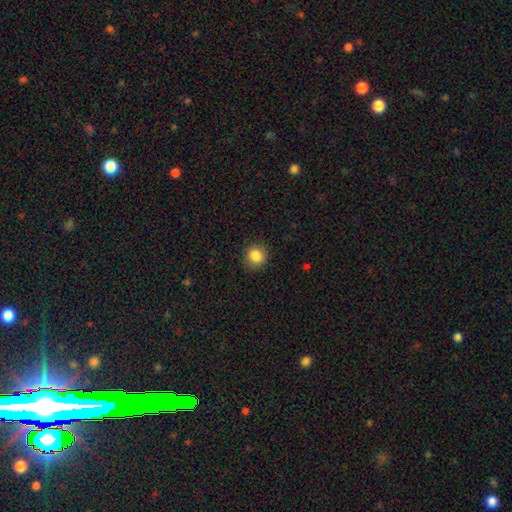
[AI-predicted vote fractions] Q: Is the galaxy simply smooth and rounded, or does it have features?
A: smooth — 86%.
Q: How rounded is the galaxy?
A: round — 89%.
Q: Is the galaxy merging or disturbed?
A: none — 89%.